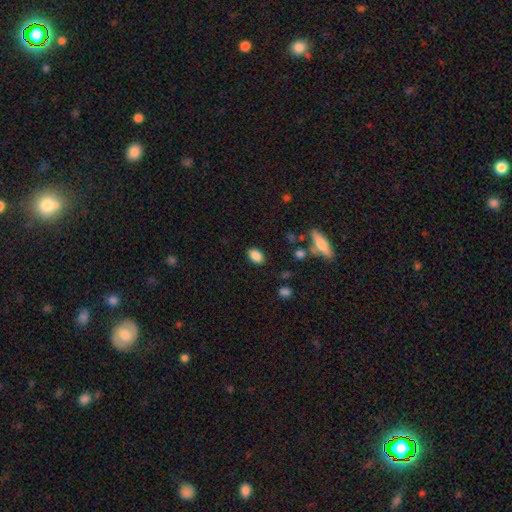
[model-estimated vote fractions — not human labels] A smooth galaxy with no disk features (86%) that is in between round and cigar-shaped (87%).

Vote fractions:
- Smooth or featured? smooth: 86% / star or artifact: 9% / featured or disk: 5%
- How rounded? in between: 87% / round: 11% / cigar-shaped: 2%
- Merging? none: 85% / minor disturbance: 10% / major disturbance: 3% / merger: 2%